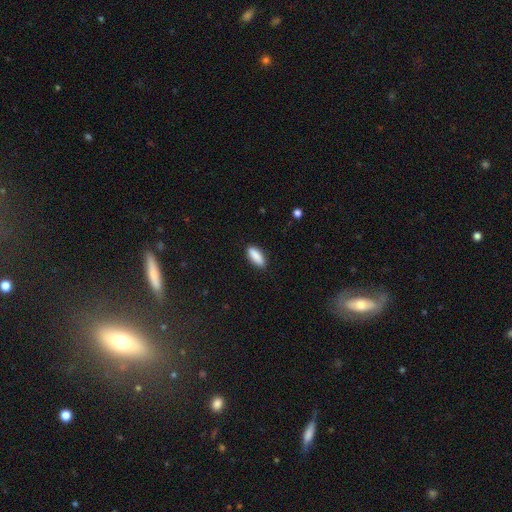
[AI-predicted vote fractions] Smooth or featured?
  - smooth: 89% *
  - star or artifact: 6%
  - featured or disk: 5%
How rounded?
  - in between: 73% *
  - cigar-shaped: 25%
  - round: 2%
Merging?
  - none: 87% *
  - minor disturbance: 10%
  - major disturbance: 2%
  - merger: 1%